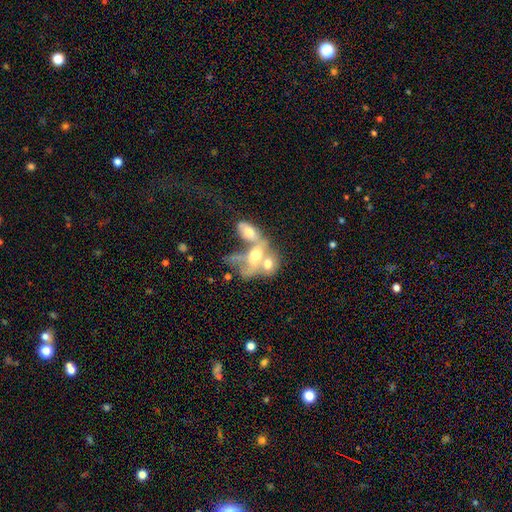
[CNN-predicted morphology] Smooth or featured? featured or disk (49%)
Merging? merger (75%)